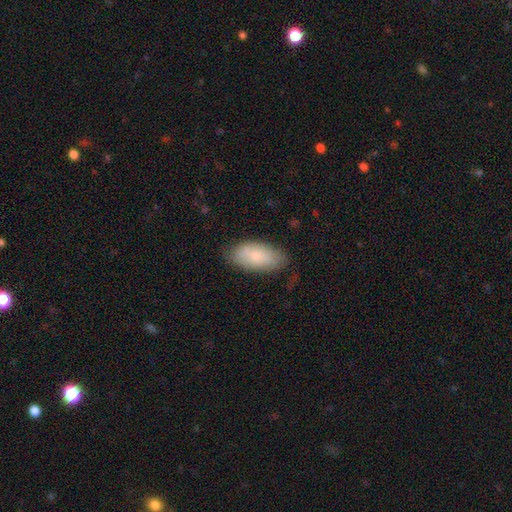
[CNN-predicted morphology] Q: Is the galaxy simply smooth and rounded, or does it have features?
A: smooth — 78%.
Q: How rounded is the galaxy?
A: in between — 92%.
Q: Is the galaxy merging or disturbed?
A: none — 75%.